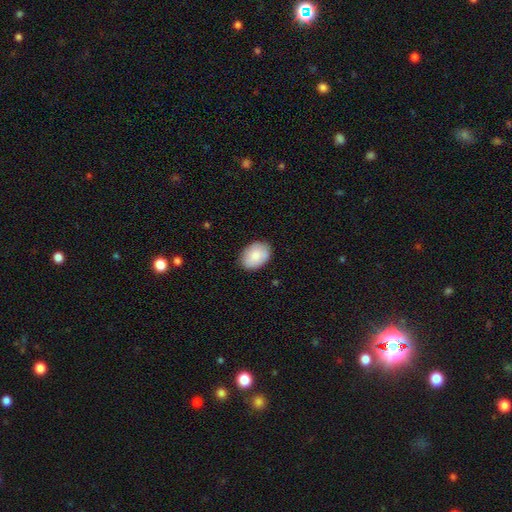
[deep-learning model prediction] Morphology: type=smooth (84%); roundness=in between (81%); merging=none (85%).